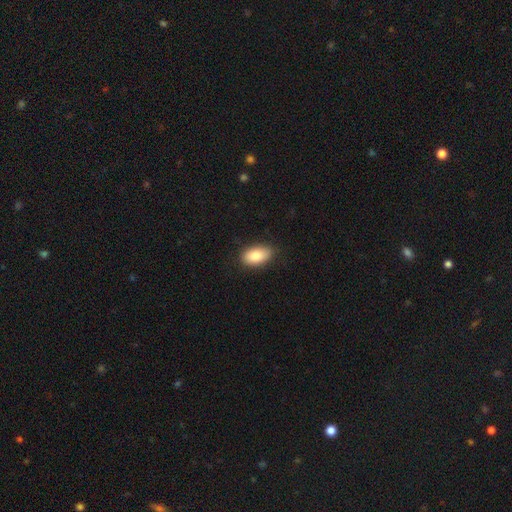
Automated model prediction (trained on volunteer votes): Smooth or featured: smooth — 84% (featured or disk — 9%)
How rounded: in between — 92% (round — 5%)
Merging: none — 84% (minor disturbance — 13%)